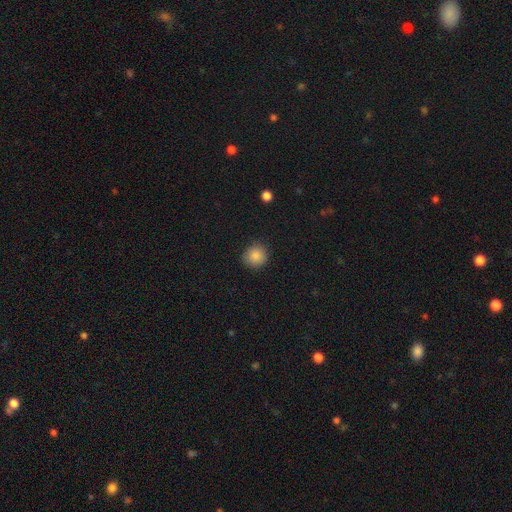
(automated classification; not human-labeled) Q: Smooth or featured?
A: smooth (87%); runner-up: star or artifact (9%)
Q: How rounded?
A: round (89%); runner-up: in between (10%)
Q: Merging?
A: none (86%); runner-up: minor disturbance (11%)